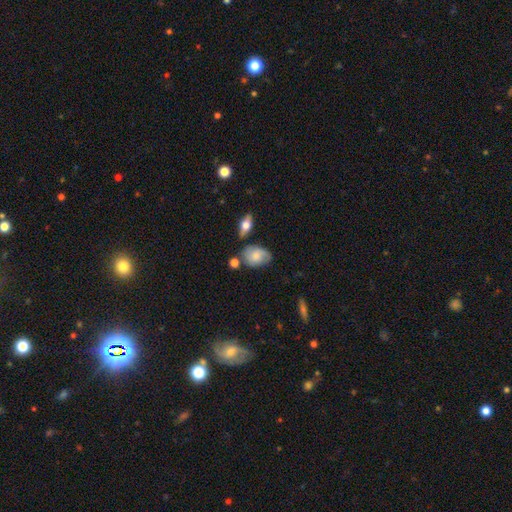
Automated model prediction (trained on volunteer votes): Overall: smooth (61%; featured or disk 31%). How rounded: in between (76%). Merging: none (57%; minor disturbance 27%).